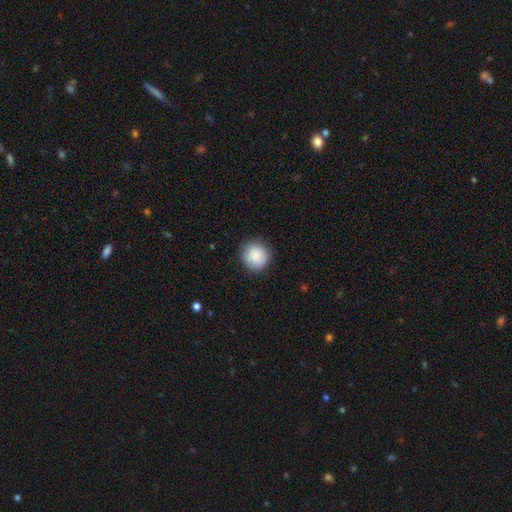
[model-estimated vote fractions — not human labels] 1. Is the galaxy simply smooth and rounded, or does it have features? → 88% smooth, 7% star or artifact, 5% featured or disk.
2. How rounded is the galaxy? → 92% round, 7% in between, 1% cigar-shaped.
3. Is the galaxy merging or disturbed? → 86% none, 10% minor disturbance, 2% major disturbance, 1% merger.